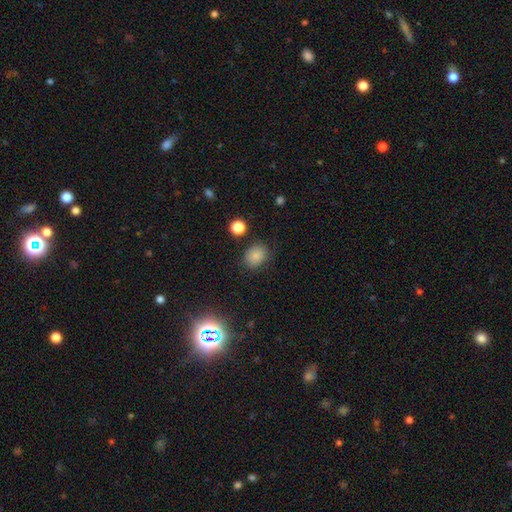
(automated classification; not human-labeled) Q: Smooth or featured?
A: smooth (83%); runner-up: star or artifact (12%)
Q: How rounded?
A: round (52%); runner-up: in between (47%)
Q: Merging?
A: none (80%); runner-up: minor disturbance (13%)